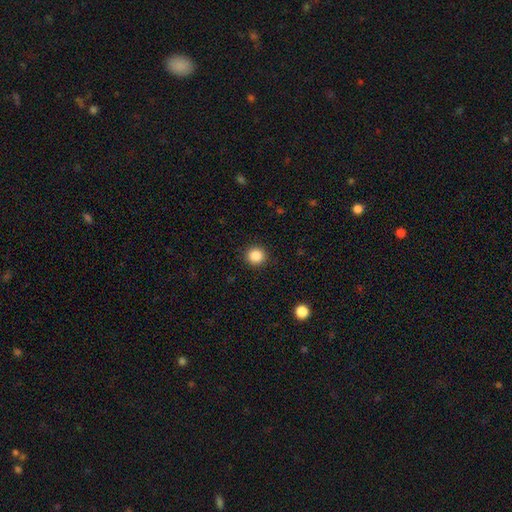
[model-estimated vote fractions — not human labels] The model was most divided on "smooth or featured": smooth: 86%, star or artifact: 10%, featured or disk: 3%. More confident: how rounded — round (93%); merging — none (92%).